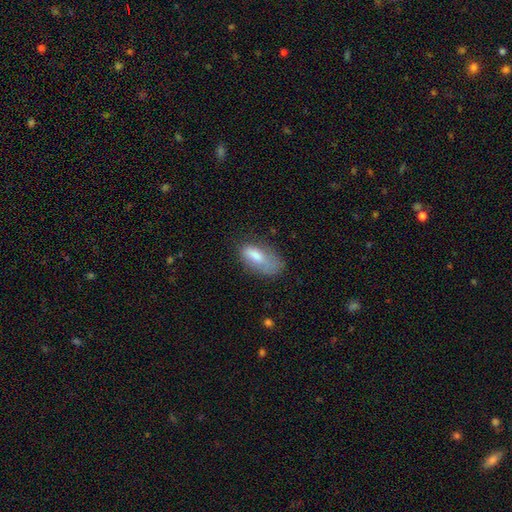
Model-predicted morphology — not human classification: Smooth or featured?
  - smooth: 72% *
  - featured or disk: 20%
  - star or artifact: 9%
How rounded?
  - in between: 84% *
  - cigar-shaped: 13%
  - round: 3%
Merging?
  - none: 38% *
  - minor disturbance: 34%
  - major disturbance: 25%
  - merger: 3%